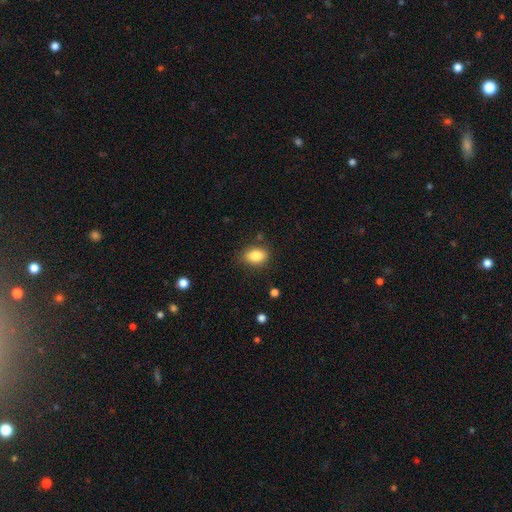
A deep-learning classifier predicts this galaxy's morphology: Smooth or featured: smooth — 85% (star or artifact — 8%)
How rounded: in between — 84% (round — 14%)
Merging: none — 82% (minor disturbance — 12%)